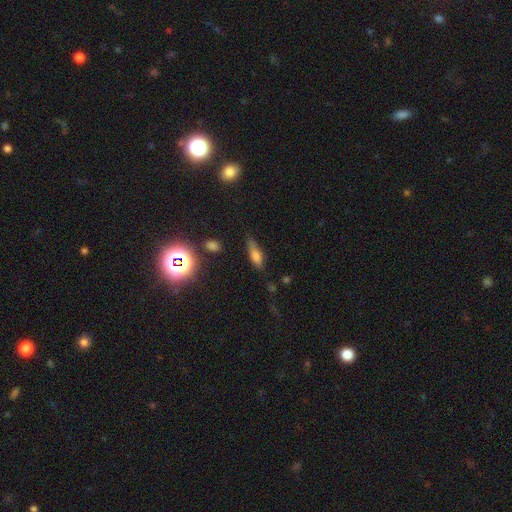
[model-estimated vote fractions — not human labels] Q: Smooth or featured?
A: smooth (67%); runner-up: featured or disk (19%)
Q: How rounded?
A: in between (57%); runner-up: cigar-shaped (40%)
Q: Merging?
A: none (62%); runner-up: minor disturbance (27%)